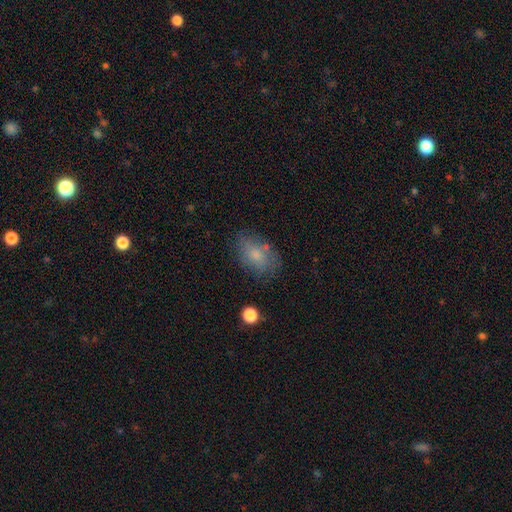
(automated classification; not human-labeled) Smooth or featured: smooth — 73% (featured or disk — 17%)
How rounded: in between — 85% (round — 13%)
Merging: none — 71% (minor disturbance — 19%)